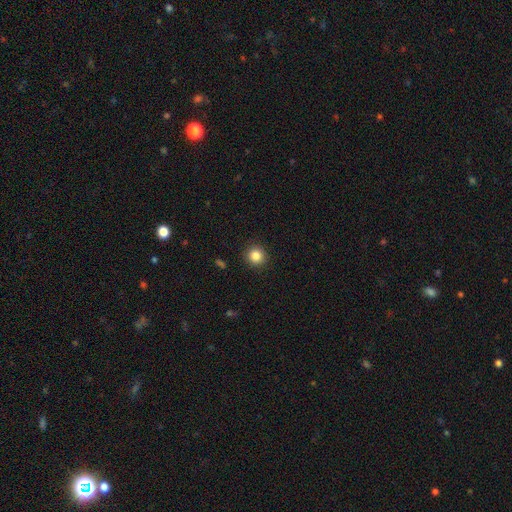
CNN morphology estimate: A smooth galaxy with no disk features (85%) that is round (94%).

Vote fractions:
- Smooth or featured? smooth: 85% / star or artifact: 11% / featured or disk: 5%
- How rounded? round: 94% / in between: 5% / cigar-shaped: 1%
- Merging? none: 92% / minor disturbance: 5% / major disturbance: 2% / merger: 1%